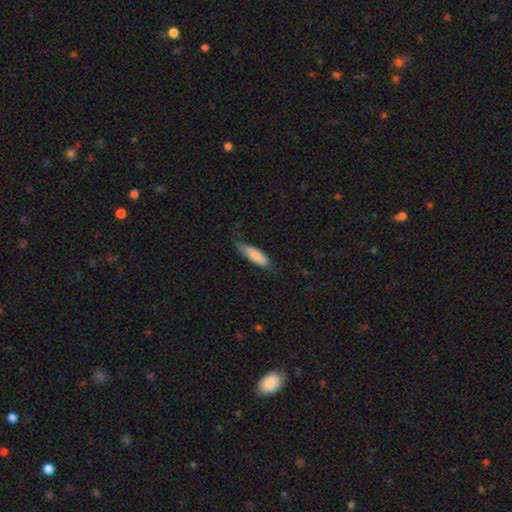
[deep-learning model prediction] Smooth or featured: smooth — 80% (featured or disk — 14%)
How rounded: cigar-shaped — 52% (in between — 46%)
Merging: none — 70% (minor disturbance — 25%)